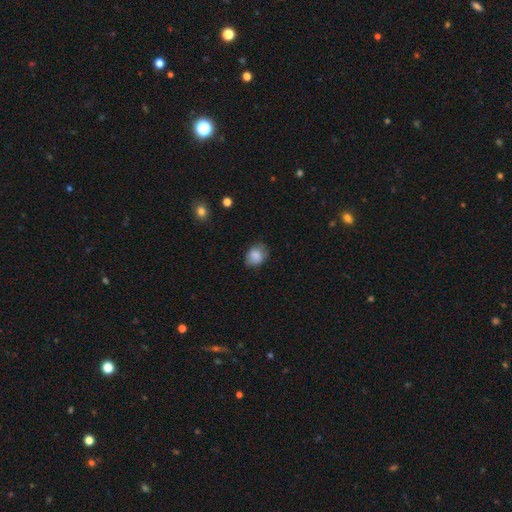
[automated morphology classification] This is clearly a smooth galaxy (84%). How rounded: possibly in between (58%). Merging: likely none (69%).